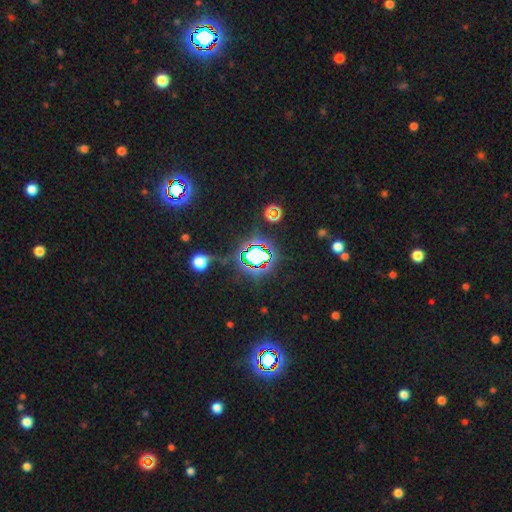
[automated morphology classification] smooth_or_featured: star or artifact (p=0.82) [alt: smooth p=0.11]